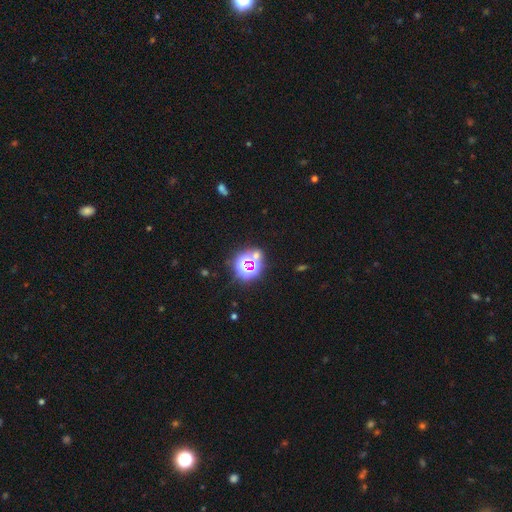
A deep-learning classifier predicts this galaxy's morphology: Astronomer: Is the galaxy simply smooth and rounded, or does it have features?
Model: star or artifact — 65%.